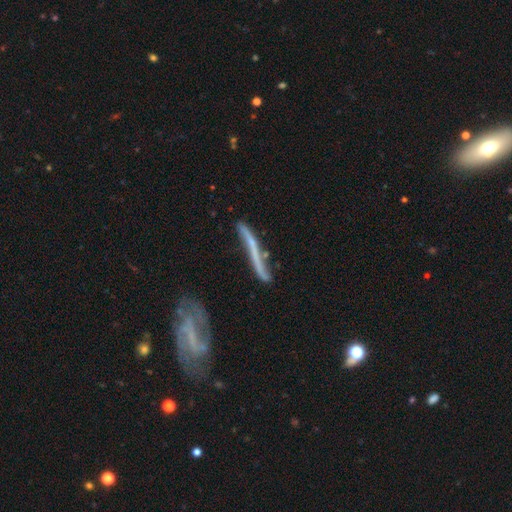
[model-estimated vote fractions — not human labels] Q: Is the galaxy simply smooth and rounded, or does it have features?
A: featured or disk — 62%.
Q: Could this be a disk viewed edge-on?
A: yes — 64%.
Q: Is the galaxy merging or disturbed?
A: none — 64%.